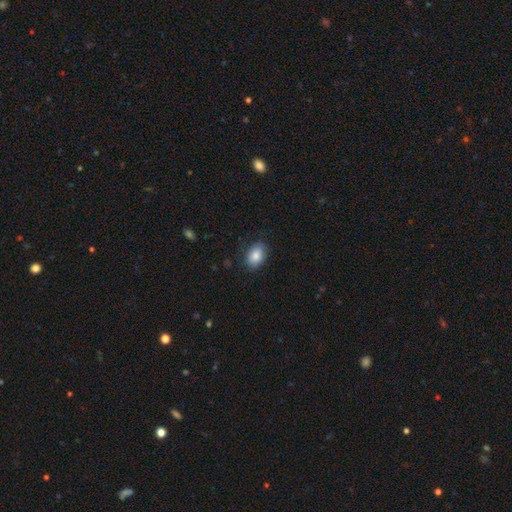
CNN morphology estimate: Smooth or featured?
  - smooth: 83% *
  - featured or disk: 9%
  - star or artifact: 8%
How rounded?
  - in between: 82% *
  - round: 17%
  - cigar-shaped: 1%
Merging?
  - none: 82% *
  - minor disturbance: 14%
  - major disturbance: 4%
  - merger: 1%